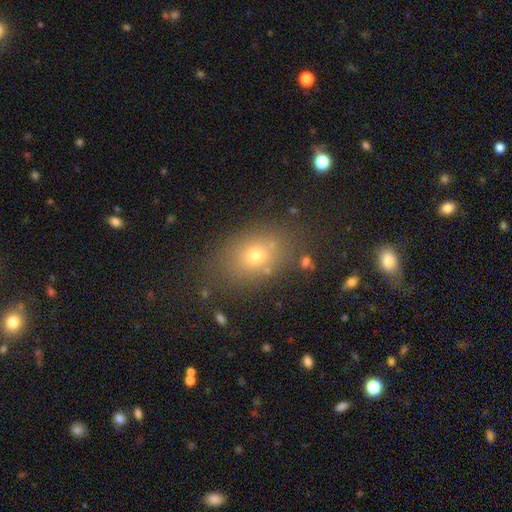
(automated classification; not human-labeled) The model was most divided on "how rounded": in between: 70%, round: 28%, cigar-shaped: 2%. More confident: merging — none (78%); smooth or featured — smooth (69%).